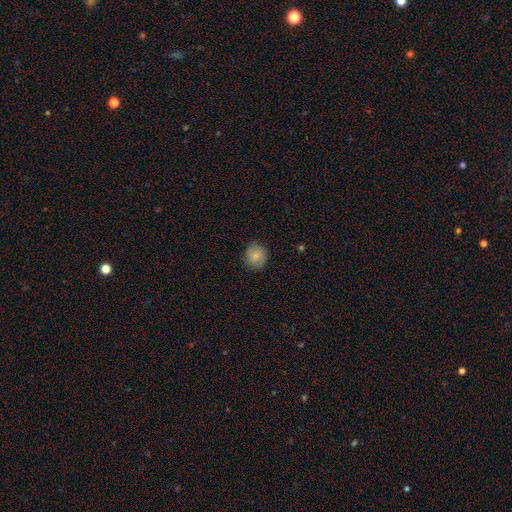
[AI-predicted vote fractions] smooth-or-featured: smooth: 81% | featured or disk: 10% | star or artifact: 8%
  how-rounded: round: 81% | in between: 18% | cigar-shaped: 1%
  merging: none: 87% | minor disturbance: 10% | major disturbance: 2% | merger: 1%